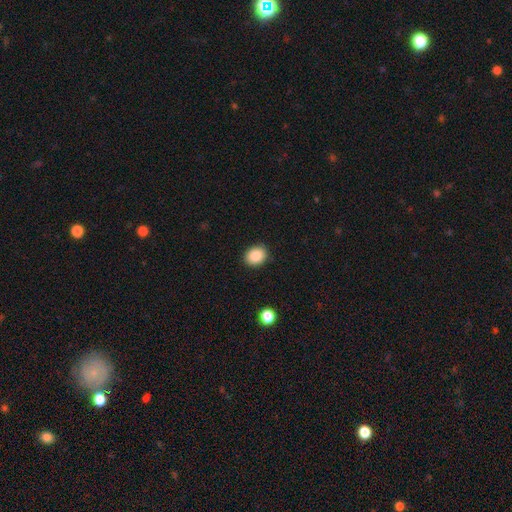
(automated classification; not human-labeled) The model was most divided on "how rounded": round: 53%, in between: 46%, cigar-shaped: 1%. More confident: merging — none (88%); smooth or featured — smooth (88%).